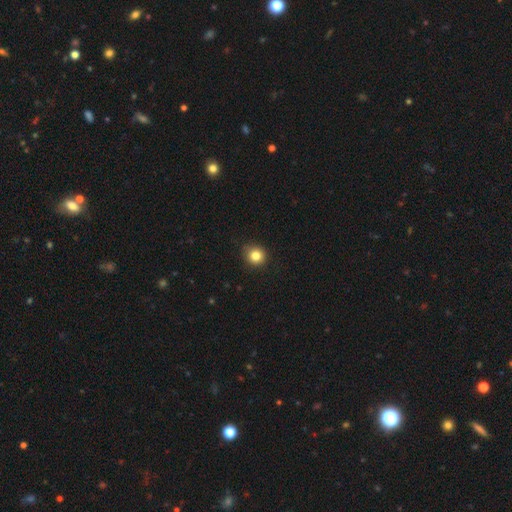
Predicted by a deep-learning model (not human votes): Smooth or featured? smooth (83%)
How rounded? round (86%)
Merging? none (86%)